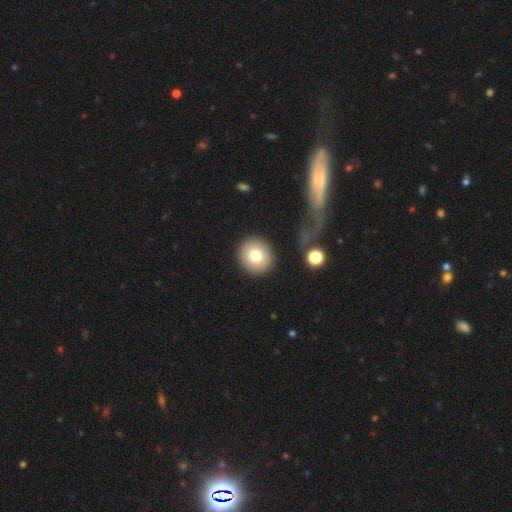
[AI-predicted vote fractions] This appears to be a smooth galaxy with no disk features (77%) that is round (87%). Merging: none (88%).